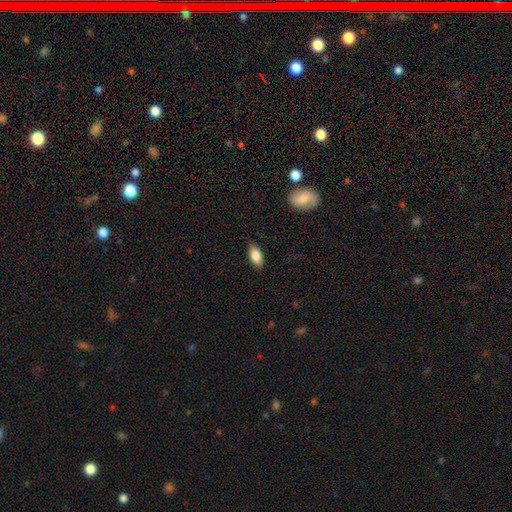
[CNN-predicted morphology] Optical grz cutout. It shows a smooth galaxy with no disk features (84%) that is in between round and cigar-shaped (90%). Merging: none (86%).